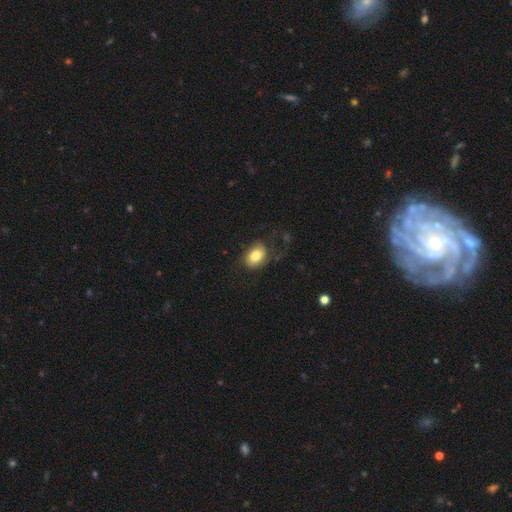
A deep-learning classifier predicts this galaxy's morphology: The model was most divided on "merging": none: 66%, minor disturbance: 20%, major disturbance: 12%, merger: 2%. More confident: smooth or featured — smooth (80%); how rounded — in between (77%).